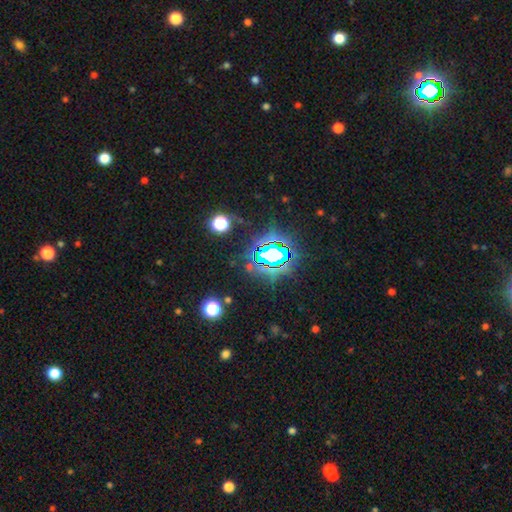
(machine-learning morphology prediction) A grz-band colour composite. It shows a star or artifact, not a galaxy (80%).